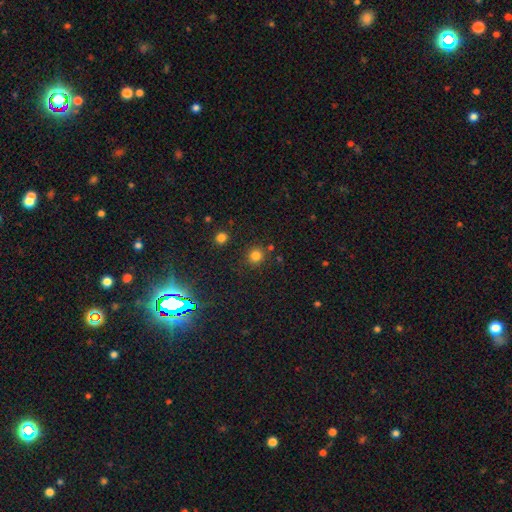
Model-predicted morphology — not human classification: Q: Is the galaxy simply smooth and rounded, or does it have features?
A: smooth — 78%.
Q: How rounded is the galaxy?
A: round — 92%.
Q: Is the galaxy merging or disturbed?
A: none — 84%.